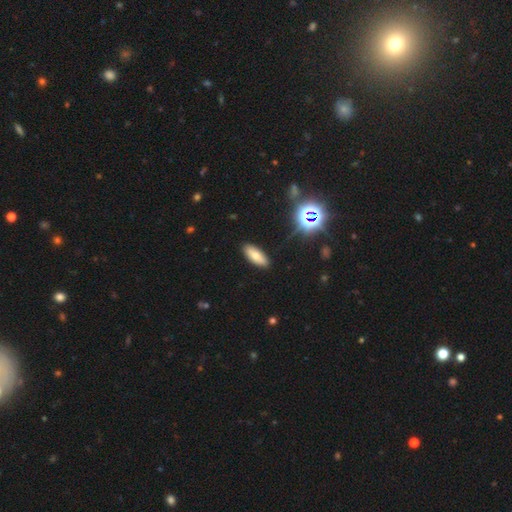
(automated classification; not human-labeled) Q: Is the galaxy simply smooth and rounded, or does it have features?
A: smooth — 71%.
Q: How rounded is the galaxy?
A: in between — 76%.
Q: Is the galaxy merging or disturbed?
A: none — 89%.